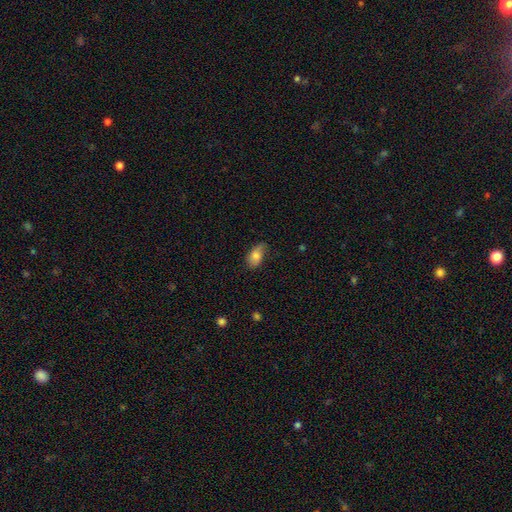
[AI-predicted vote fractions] Smooth or featured? Predicted: smooth (p=0.73). How rounded? Predicted: in between (p=0.90). Merging? Predicted: none (p=0.60).